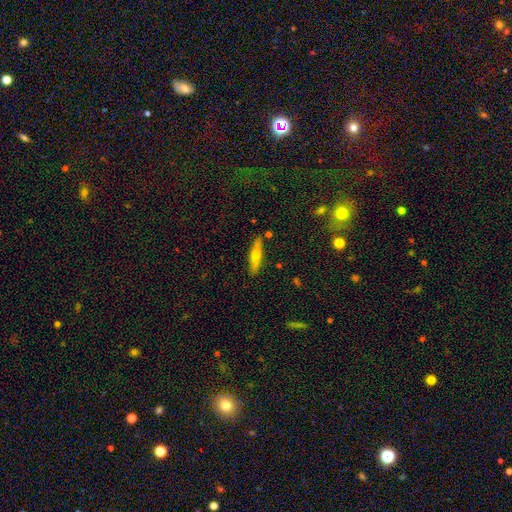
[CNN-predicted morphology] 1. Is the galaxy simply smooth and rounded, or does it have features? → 47% smooth, 45% featured or disk, 8% star or artifact.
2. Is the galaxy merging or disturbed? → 86% none, 9% minor disturbance, 2% merger, 2% major disturbance.